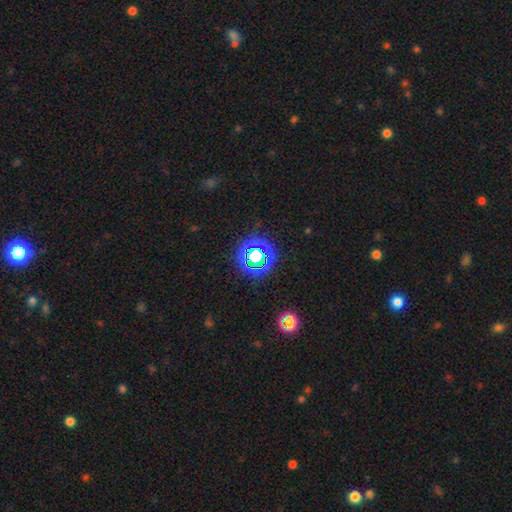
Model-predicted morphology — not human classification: Smooth or featured?
  - star or artifact: 68% *
  - smooth: 21%
  - featured or disk: 11%